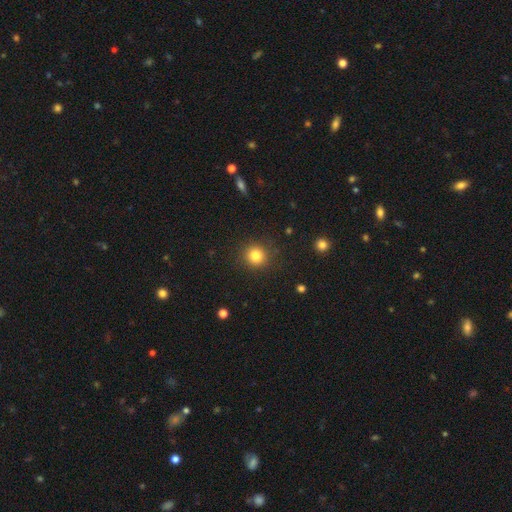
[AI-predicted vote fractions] Smooth or featured? Predicted: smooth (p=0.83). How rounded? Predicted: round (p=0.92). Merging? Predicted: none (p=0.89).